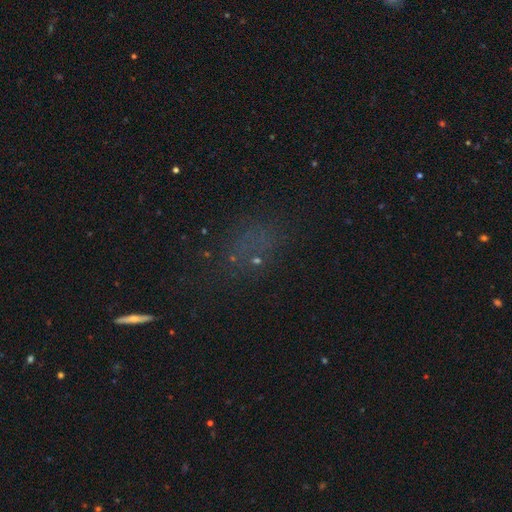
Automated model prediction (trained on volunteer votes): Smooth or featured? Predicted: star or artifact (p=0.46).